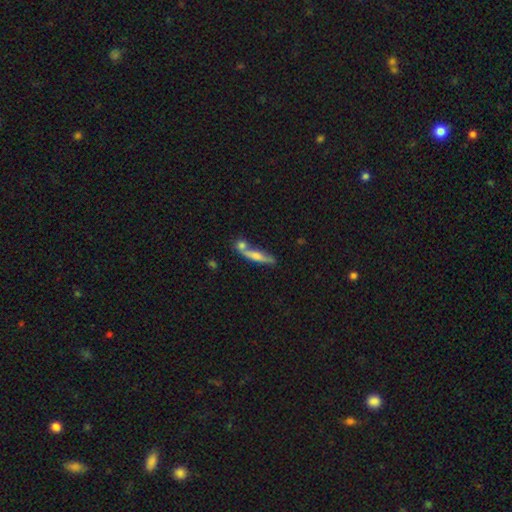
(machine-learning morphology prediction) type=smooth (51%); roundness=cigar-shaped (84%); merging=none (54%).